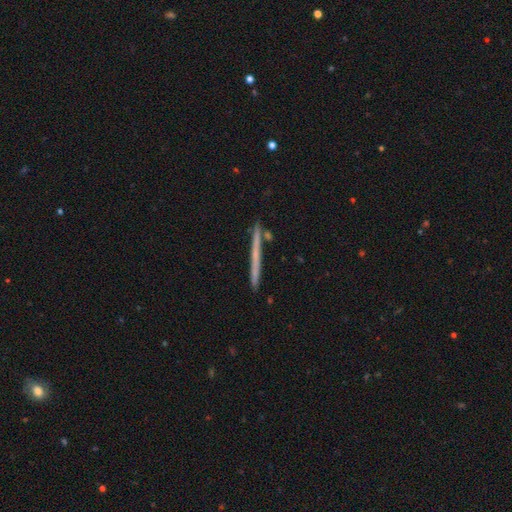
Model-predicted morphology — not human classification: smooth-or-featured: featured or disk: 50% | smooth: 43% | star or artifact: 6%
  disk-edge-on: yes: 97% | no: 3%
  merging: none: 88% | minor disturbance: 7% | merger: 3% | major disturbance: 2%